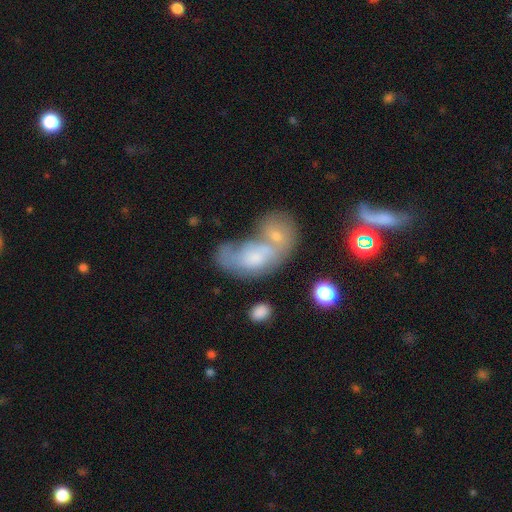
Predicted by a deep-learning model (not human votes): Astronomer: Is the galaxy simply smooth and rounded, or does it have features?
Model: smooth — 54% (runner-up: featured or disk, 35%).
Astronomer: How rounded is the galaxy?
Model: in between — 88%.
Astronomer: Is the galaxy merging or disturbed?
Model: merger — 63%.